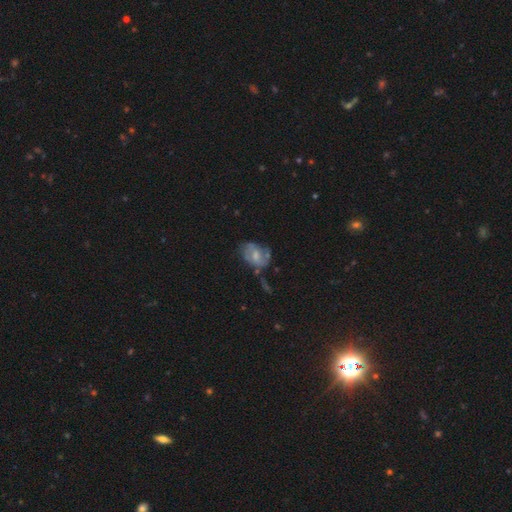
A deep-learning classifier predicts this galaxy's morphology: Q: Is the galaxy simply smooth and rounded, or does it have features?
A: featured or disk — 53%.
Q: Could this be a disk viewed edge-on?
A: no — 96%.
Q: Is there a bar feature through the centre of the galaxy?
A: weak — 45%.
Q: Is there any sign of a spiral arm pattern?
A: yes — 57%.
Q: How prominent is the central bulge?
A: moderate — 39%, tied with small.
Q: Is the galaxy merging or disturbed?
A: none — 44%.